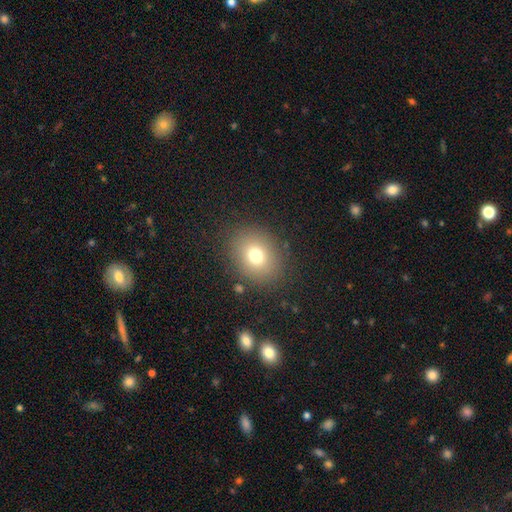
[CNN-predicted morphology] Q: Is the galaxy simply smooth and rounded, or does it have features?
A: smooth — 74%.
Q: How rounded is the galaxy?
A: round — 56%.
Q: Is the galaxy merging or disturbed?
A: none — 86%.